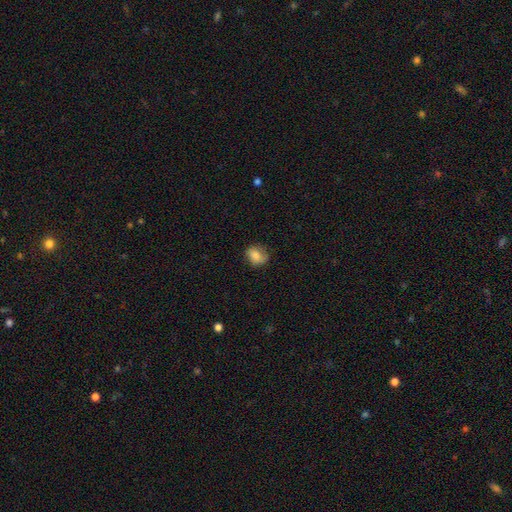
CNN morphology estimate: Q: Smooth or featured?
A: smooth (80%); runner-up: featured or disk (11%)
Q: How rounded?
A: round (50%); runner-up: in between (48%)
Q: Merging?
A: none (66%); runner-up: minor disturbance (25%)